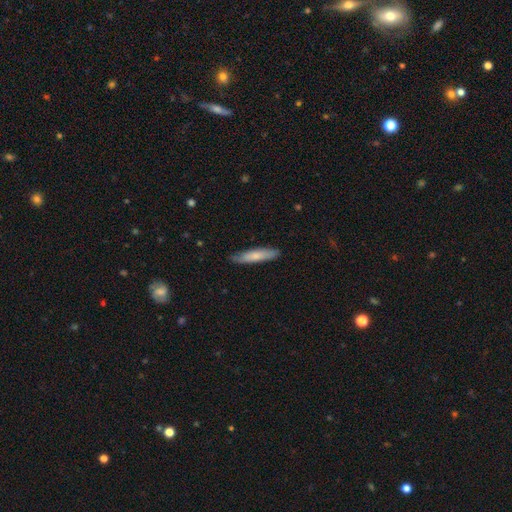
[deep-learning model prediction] This appears to be a smooth galaxy with no disk features (71%) that is cigar-shaped (86%). Merging: none (84%).